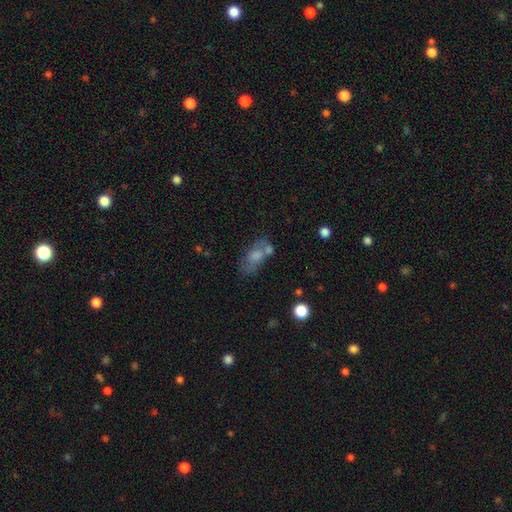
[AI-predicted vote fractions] smooth_or_featured: smooth (p=0.59) [alt: featured or disk p=0.29]
how_rounded: in between (p=0.82) [alt: round p=0.10]
merging: none (p=0.44) [alt: merger p=0.24]